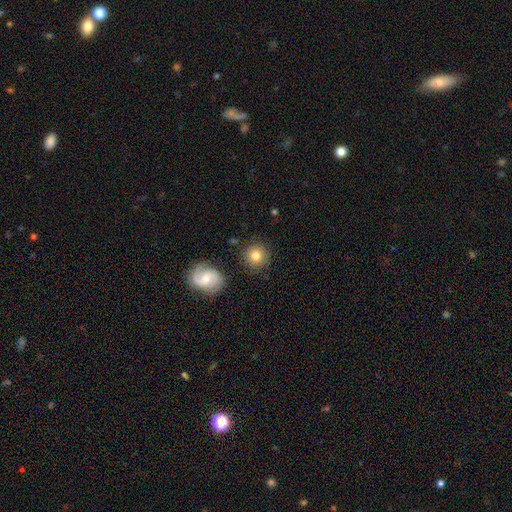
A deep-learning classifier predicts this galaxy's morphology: Smooth or featured? smooth (79%)
How rounded? round (93%)
Merging? none (87%)